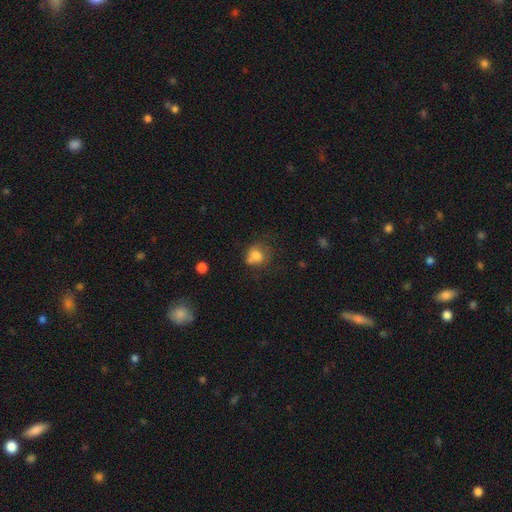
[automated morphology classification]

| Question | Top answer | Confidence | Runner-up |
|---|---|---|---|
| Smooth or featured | smooth | 74% | featured or disk (15%) |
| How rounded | round | 67% | in between (32%) |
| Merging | none | 43% | minor disturbance (22%) |